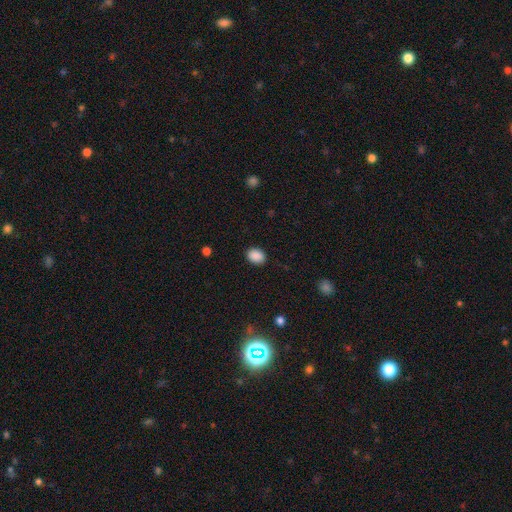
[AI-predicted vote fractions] A smooth galaxy with no disk features (89%) that is in between round and cigar-shaped (67%). Merging: none (89%).